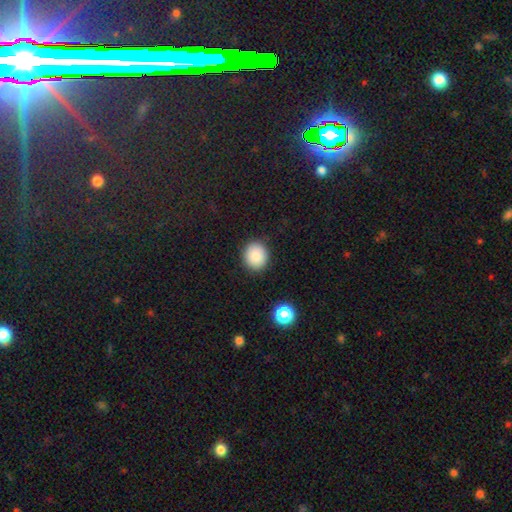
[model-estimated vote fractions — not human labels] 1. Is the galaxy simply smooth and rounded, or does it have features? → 88% smooth, 9% star or artifact, 4% featured or disk.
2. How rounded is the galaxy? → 83% round, 16% in between, 1% cigar-shaped.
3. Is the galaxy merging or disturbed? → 90% none, 7% minor disturbance, 2% major disturbance, 1% merger.